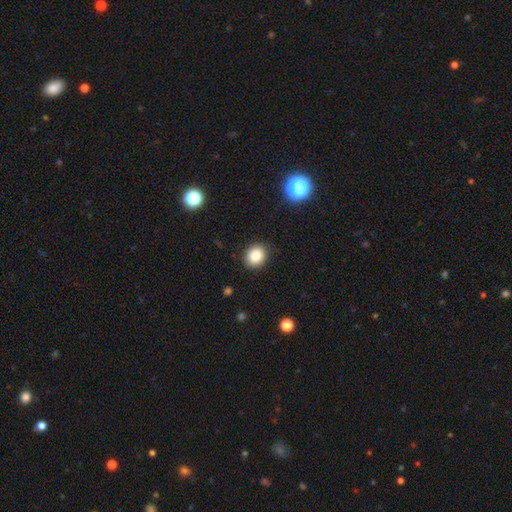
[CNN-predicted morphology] smooth-or-featured: smooth: 85% | star or artifact: 10% | featured or disk: 5%
  how-rounded: round: 76% | in between: 24% | cigar-shaped: 1%
  merging: none: 88% | minor disturbance: 9% | major disturbance: 2% | merger: 1%